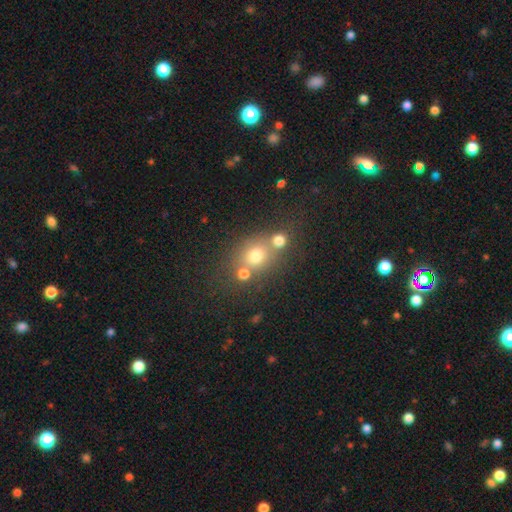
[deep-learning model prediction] This appears to be a smooth galaxy with no disk features (66%) that is round (70%). Merging: none (53%).